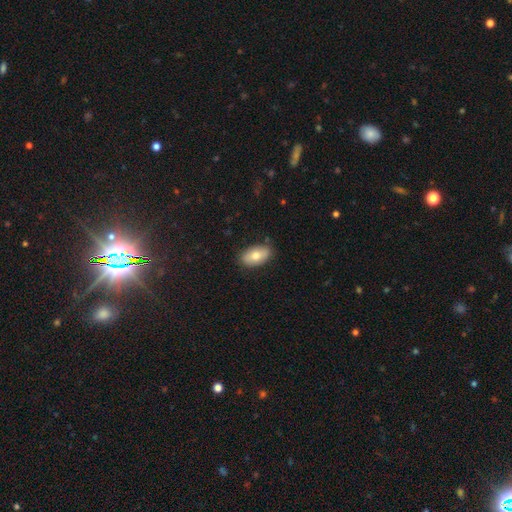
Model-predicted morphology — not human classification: Q: Smooth or featured?
A: smooth (75%); runner-up: featured or disk (18%)
Q: How rounded?
A: in between (93%); runner-up: round (5%)
Q: Merging?
A: none (84%); runner-up: minor disturbance (12%)